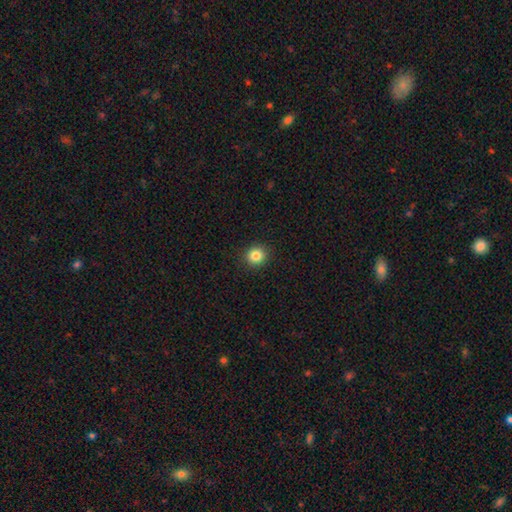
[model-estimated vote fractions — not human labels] The model was most divided on "smooth or featured": smooth: 84%, star or artifact: 11%, featured or disk: 5%. More confident: merging — none (91%); how rounded — round (89%).